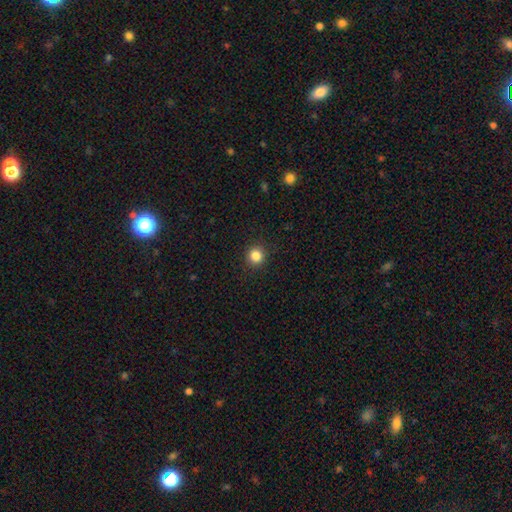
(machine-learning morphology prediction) smooth-or-featured: smooth: 84% | star or artifact: 11% | featured or disk: 4%
  how-rounded: round: 93% | in between: 6% | cigar-shaped: 1%
  merging: none: 92% | minor disturbance: 5% | major disturbance: 2% | merger: 1%